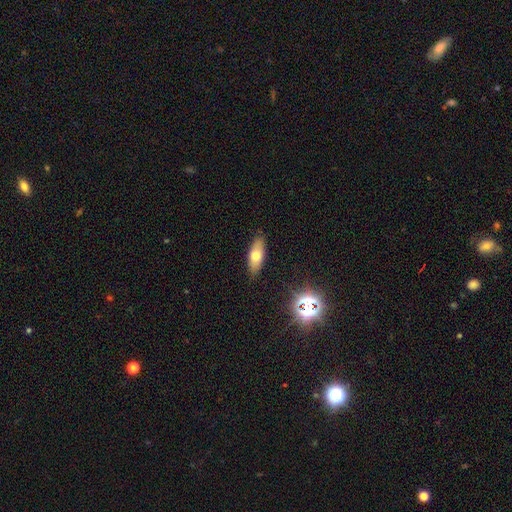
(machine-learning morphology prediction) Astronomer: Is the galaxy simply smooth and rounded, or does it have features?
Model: smooth — 65%.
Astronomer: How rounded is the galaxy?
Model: in between — 74%.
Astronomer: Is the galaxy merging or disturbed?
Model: none — 87%.